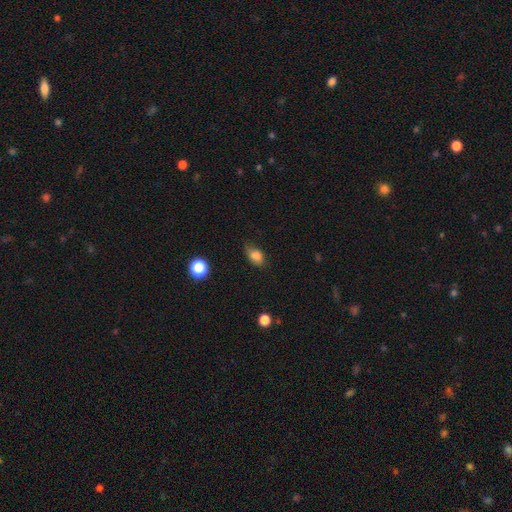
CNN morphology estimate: Smooth or featured?
  - smooth: 81% *
  - star or artifact: 11%
  - featured or disk: 8%
How rounded?
  - in between: 77% *
  - round: 20%
  - cigar-shaped: 2%
Merging?
  - none: 57% *
  - minor disturbance: 32%
  - major disturbance: 9%
  - merger: 2%